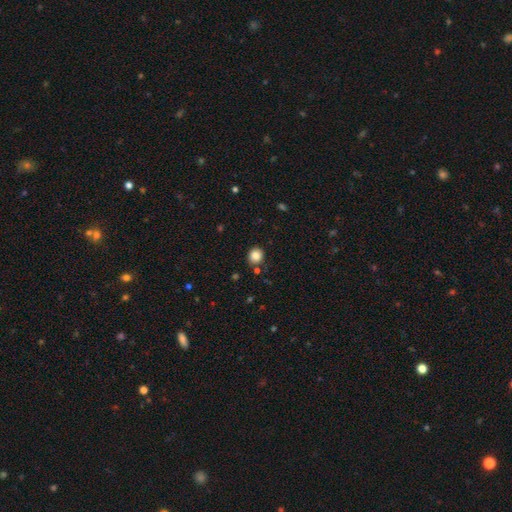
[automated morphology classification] Q: Smooth or featured?
A: smooth (84%); runner-up: star or artifact (10%)
Q: How rounded?
A: round (82%); runner-up: in between (17%)
Q: Merging?
A: none (85%); runner-up: minor disturbance (9%)